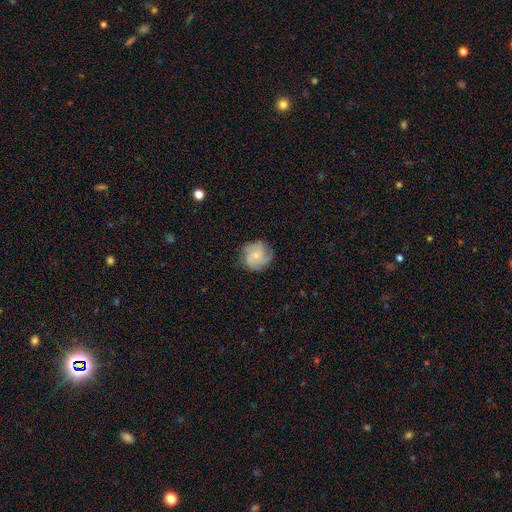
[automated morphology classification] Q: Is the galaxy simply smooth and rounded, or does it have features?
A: featured or disk — 69%.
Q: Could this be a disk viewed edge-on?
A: no — 98%.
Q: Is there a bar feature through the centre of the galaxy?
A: no — 72%.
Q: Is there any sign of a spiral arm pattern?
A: yes — 94%.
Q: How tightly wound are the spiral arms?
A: tight — 44%.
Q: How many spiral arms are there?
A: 3 — 43%.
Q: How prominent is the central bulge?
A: small — 64%.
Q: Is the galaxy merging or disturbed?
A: none — 75%.